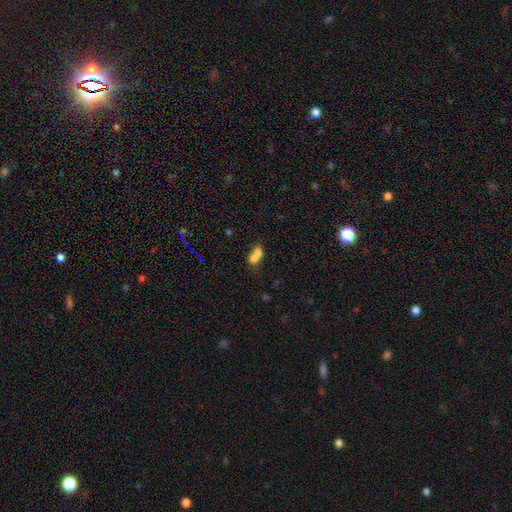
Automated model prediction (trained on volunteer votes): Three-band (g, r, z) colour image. It shows a smooth galaxy with no disk features (67%) that is round (52%). Merging: merger (72%).